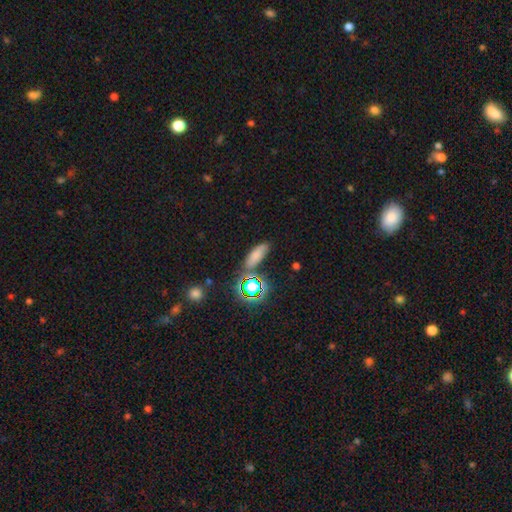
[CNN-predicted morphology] type=smooth (65%); roundness=in between (62%); merging=none (72%).